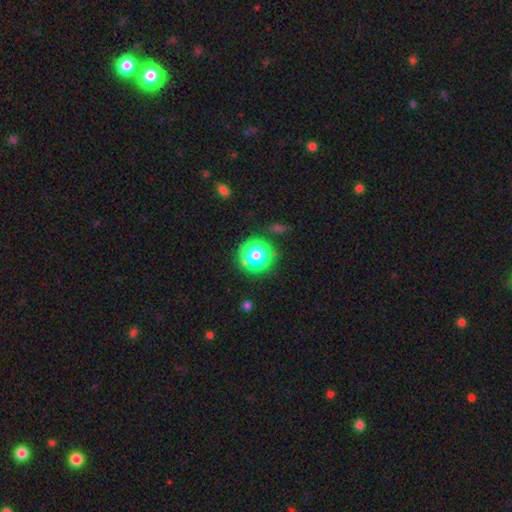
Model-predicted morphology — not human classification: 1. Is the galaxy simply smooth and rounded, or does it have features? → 50% smooth, 39% star or artifact, 11% featured or disk.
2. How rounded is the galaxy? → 89% round, 10% in between, 1% cigar-shaped.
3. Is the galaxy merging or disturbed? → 76% none, 12% minor disturbance, 7% major disturbance, 5% merger.